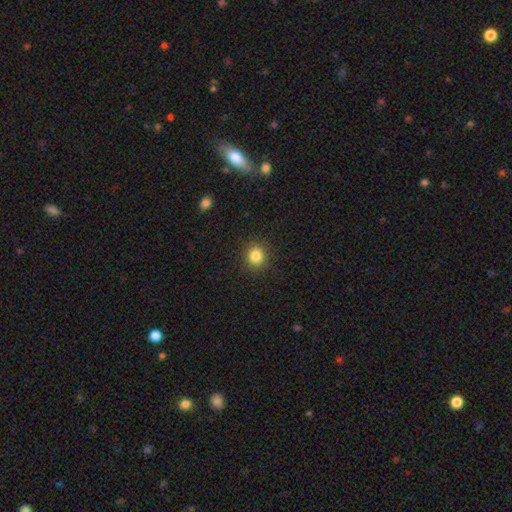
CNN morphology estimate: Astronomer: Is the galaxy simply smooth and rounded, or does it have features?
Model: smooth — 83%.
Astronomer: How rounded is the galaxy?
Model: round — 88%.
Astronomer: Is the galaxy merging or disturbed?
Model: none — 91%.